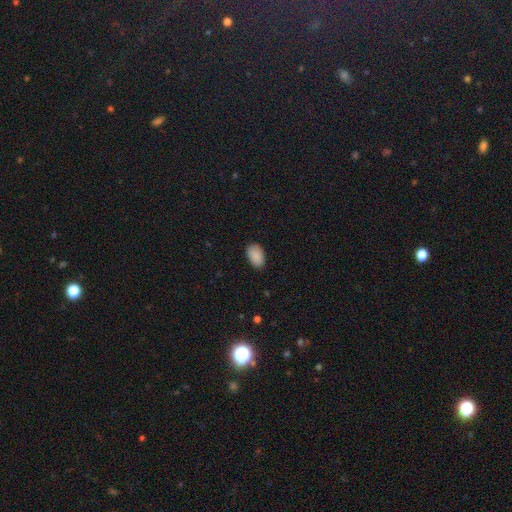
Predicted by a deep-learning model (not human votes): Morphology: type=smooth (90%); roundness=in between (90%); merging=none (85%).